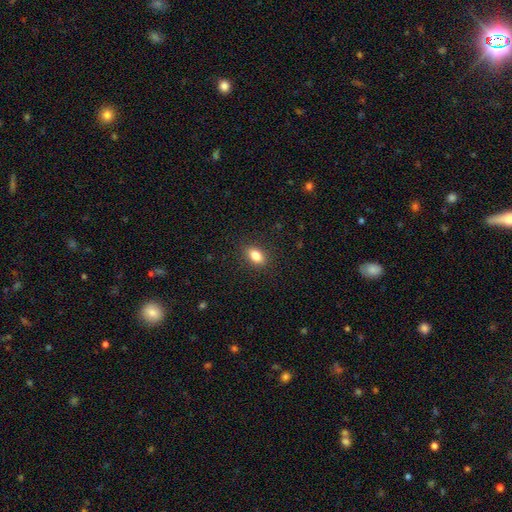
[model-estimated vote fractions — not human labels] Q: Smooth or featured?
A: smooth (84%); runner-up: star or artifact (9%)
Q: How rounded?
A: in between (87%); runner-up: round (10%)
Q: Merging?
A: none (88%); runner-up: minor disturbance (9%)